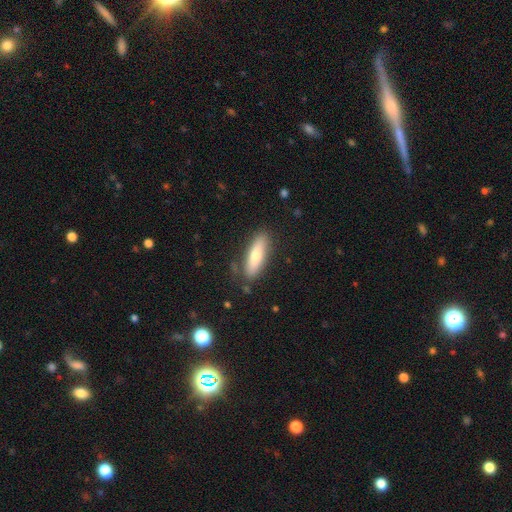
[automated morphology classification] smooth_or_featured: smooth (p=0.66) [alt: featured or disk p=0.27]
how_rounded: cigar-shaped (p=0.58) [alt: in between p=0.40]
merging: none (p=0.83) [alt: minor disturbance p=0.12]